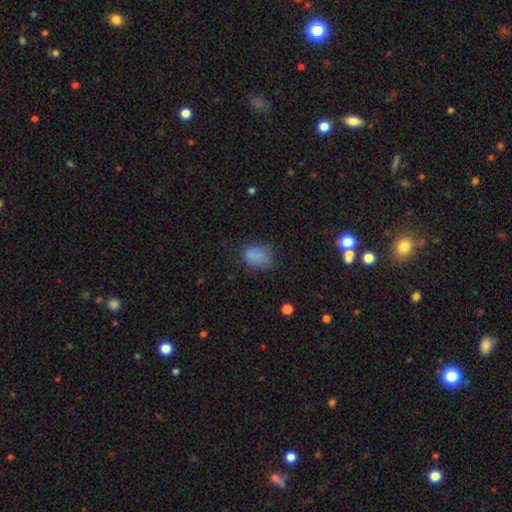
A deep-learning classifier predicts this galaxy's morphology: Smooth or featured? smooth (80%)
How rounded? in between (73%)
Merging? none (62%)